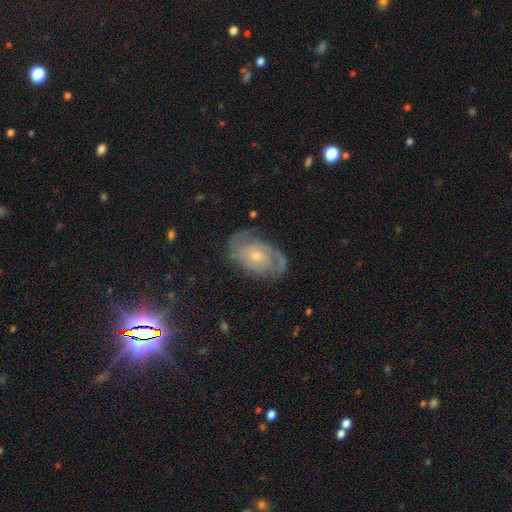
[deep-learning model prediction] Morphology: type=featured or disk (79%); edge-on=no (96%); bar=no (69%); spiral arms=yes (91%); winding=tight (52%); arm count=2 (54%); bulge=small (60%); merging=none (68%).